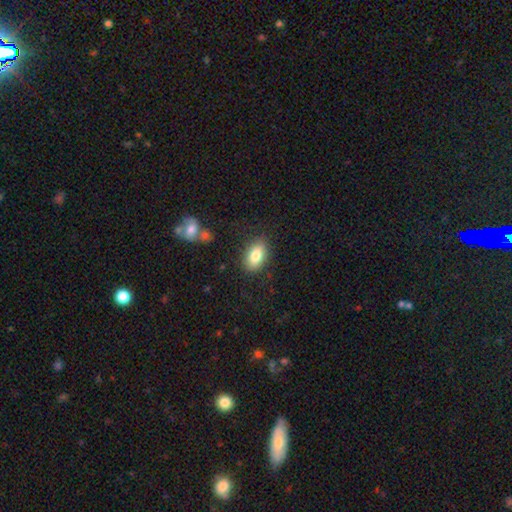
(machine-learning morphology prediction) Smooth or featured: smooth — 81% (featured or disk — 11%)
How rounded: in between — 89% (round — 8%)
Merging: none — 84% (minor disturbance — 11%)